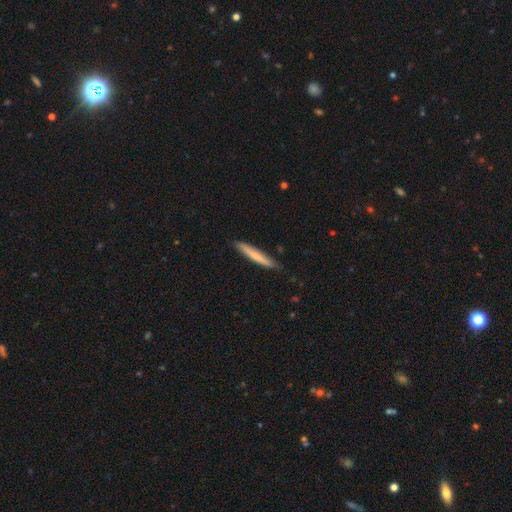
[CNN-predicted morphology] Smooth or featured?
  - smooth: 66% *
  - featured or disk: 28%
  - star or artifact: 5%
How rounded?
  - cigar-shaped: 95% *
  - in between: 4%
  - round: 1%
Merging?
  - none: 86% *
  - minor disturbance: 11%
  - major disturbance: 2%
  - merger: 1%